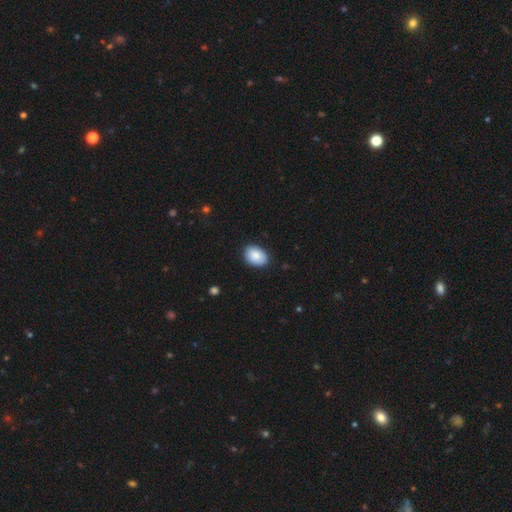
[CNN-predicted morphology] Smooth or featured: smooth — 87% (star or artifact — 7%)
How rounded: in between — 79% (round — 20%)
Merging: none — 86% (minor disturbance — 11%)